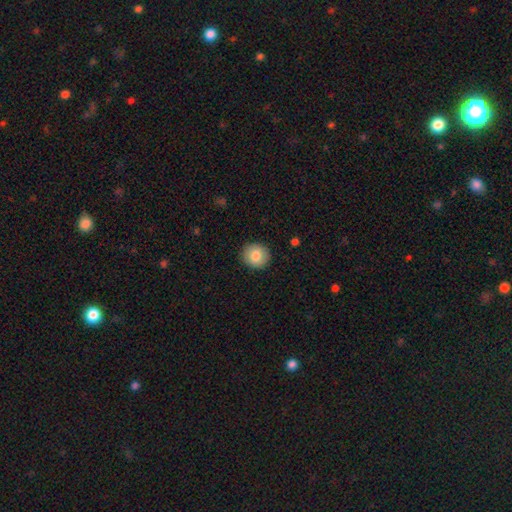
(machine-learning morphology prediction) Smooth or featured: smooth — 83% (featured or disk — 10%)
How rounded: round — 89% (in between — 10%)
Merging: none — 91% (minor disturbance — 6%)